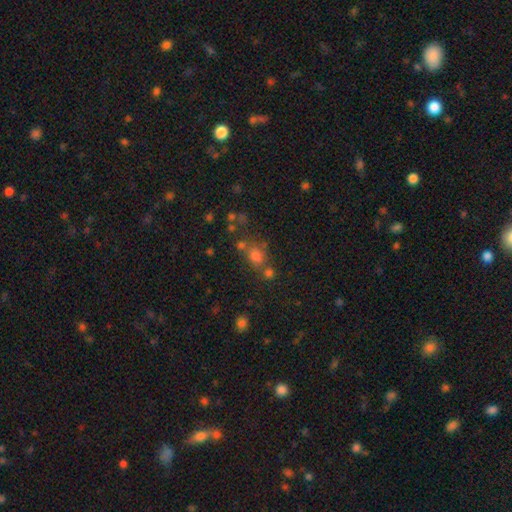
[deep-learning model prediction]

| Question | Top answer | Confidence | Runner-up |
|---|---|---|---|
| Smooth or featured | smooth | 66% | star or artifact (24%) |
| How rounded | round | 56% | in between (42%) |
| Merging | none | 56% | merger (24%) |